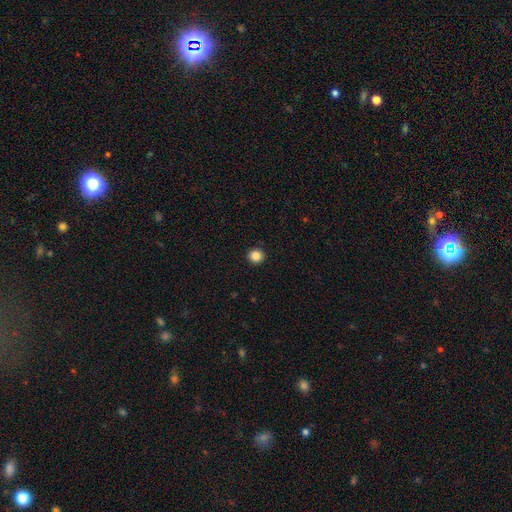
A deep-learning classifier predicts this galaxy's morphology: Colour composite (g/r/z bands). It shows a smooth galaxy with no disk features (85%) that is round (93%). Merging: none (93%).